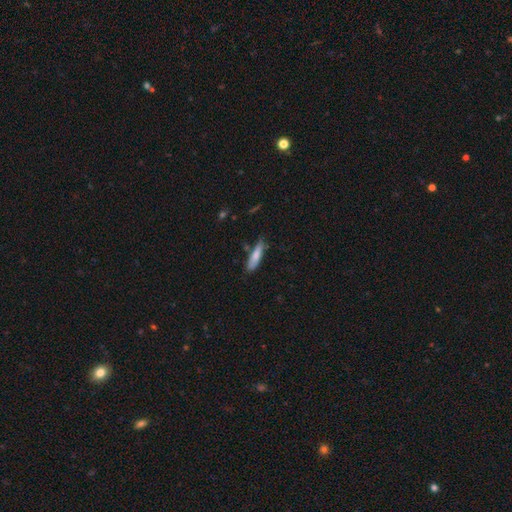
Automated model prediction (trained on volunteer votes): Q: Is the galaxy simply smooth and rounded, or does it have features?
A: smooth — 78%.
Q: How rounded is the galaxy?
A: cigar-shaped — 74%.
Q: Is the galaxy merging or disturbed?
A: none — 70%.